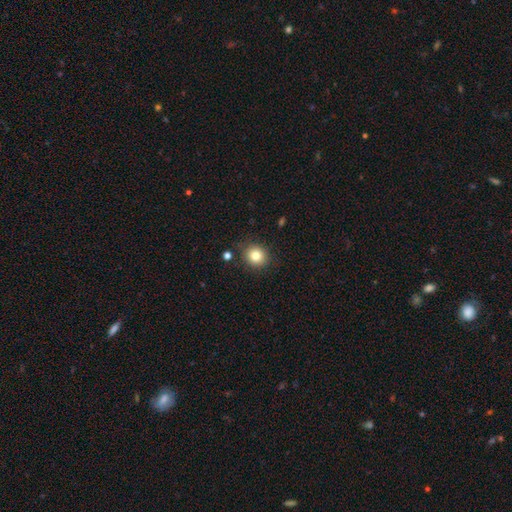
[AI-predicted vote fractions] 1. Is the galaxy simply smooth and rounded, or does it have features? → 82% smooth, 11% star or artifact, 7% featured or disk.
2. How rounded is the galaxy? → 85% round, 14% in between, 1% cigar-shaped.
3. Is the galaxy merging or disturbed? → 86% none, 9% minor disturbance, 3% major disturbance, 2% merger.